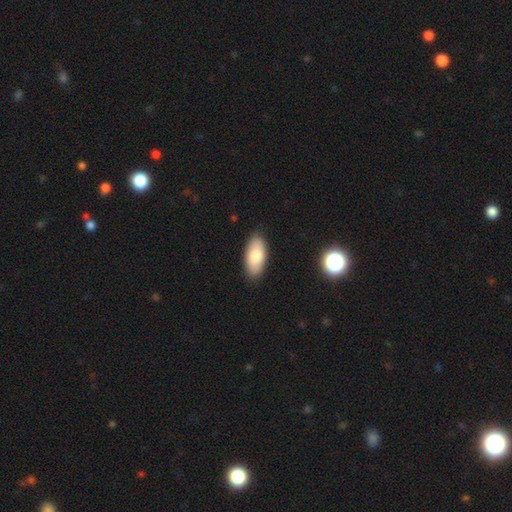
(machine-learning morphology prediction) A smooth galaxy with no disk features (82%) that is in between round and cigar-shaped (92%). Merging: none (87%).